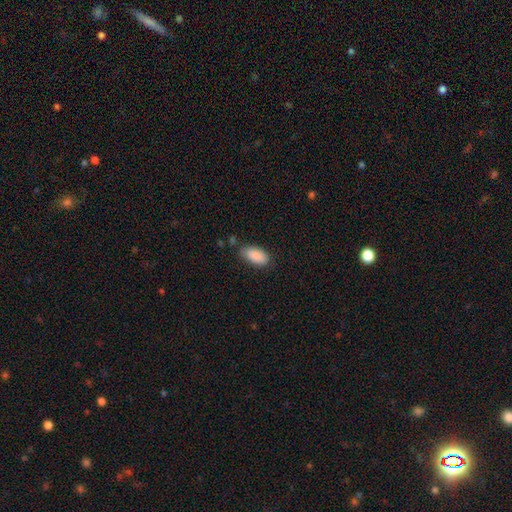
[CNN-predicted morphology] A smooth galaxy with no disk features (90%) that is in between round and cigar-shaped (92%).

Vote fractions:
- Smooth or featured? smooth: 90% / star or artifact: 7% / featured or disk: 4%
- How rounded? in between: 92% / cigar-shaped: 5% / round: 2%
- Merging? none: 77% / minor disturbance: 17% / major disturbance: 4% / merger: 3%